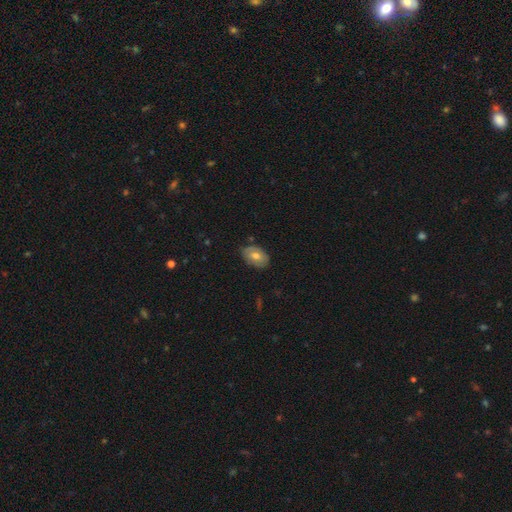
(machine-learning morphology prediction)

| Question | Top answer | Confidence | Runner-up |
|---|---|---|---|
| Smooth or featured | smooth | 58% | featured or disk (35%) |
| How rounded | in between | 88% | round (11%) |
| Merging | none | 76% | minor disturbance (19%) |